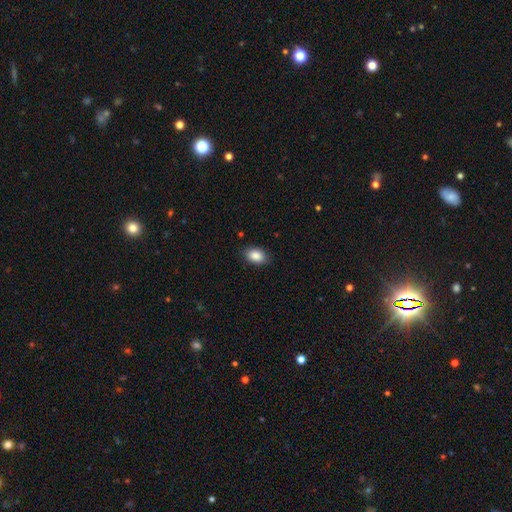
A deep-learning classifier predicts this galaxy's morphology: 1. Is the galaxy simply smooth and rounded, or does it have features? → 88% smooth, 7% star or artifact, 5% featured or disk.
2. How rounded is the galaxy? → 86% in between, 13% round, 1% cigar-shaped.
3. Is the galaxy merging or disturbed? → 86% none, 11% minor disturbance, 2% major disturbance, 1% merger.